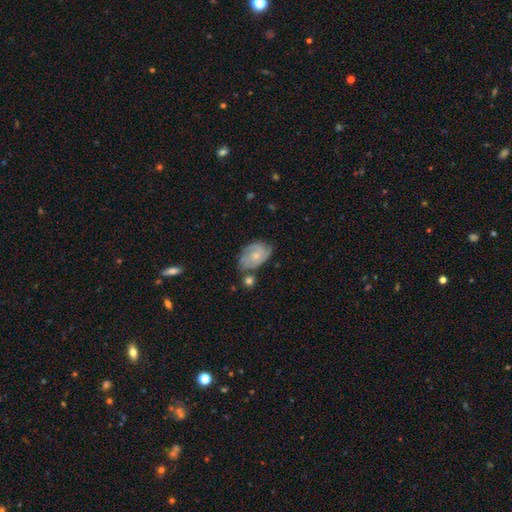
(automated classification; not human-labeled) A featured or disk galaxy (65%) with no bar (72%), 2 (43%) tight (52%) spiral arms (87%) and a small central bulge (60%). Merging: none (55%).